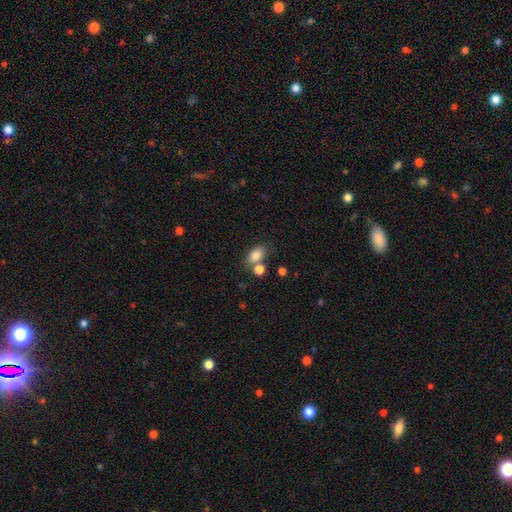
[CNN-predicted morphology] This is clearly a smooth galaxy (83%). How rounded: clearly in between (83%). Merging: possibly none (57%).